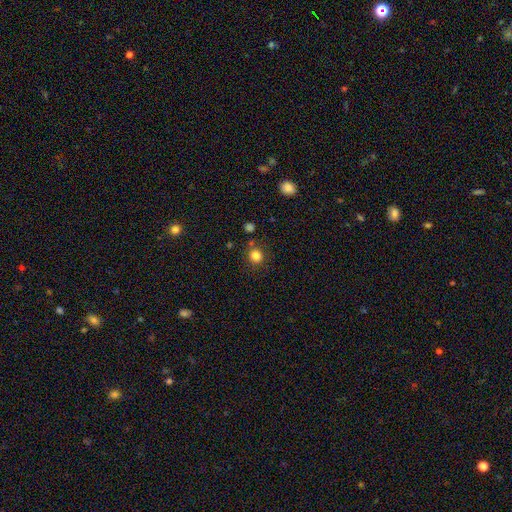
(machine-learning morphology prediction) type=smooth (82%); roundness=round (86%); merging=none (79%).